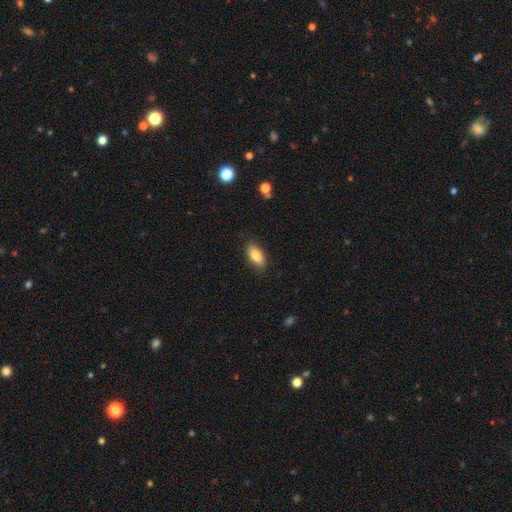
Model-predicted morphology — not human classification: A smooth galaxy with no disk features (83%) that is in between round and cigar-shaped (86%). Merging: none (84%).